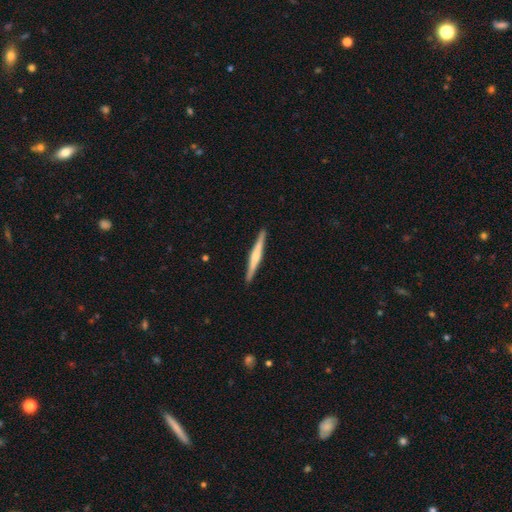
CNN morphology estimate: Q: Smooth or featured?
A: featured or disk (63%); runner-up: smooth (32%)
Q: Edge-on disk?
A: yes (98%); runner-up: no (2%)
Q: Edge-on bulge?
A: rounded (56%); runner-up: none (24%)
Q: Merging?
A: none (92%); runner-up: minor disturbance (6%)